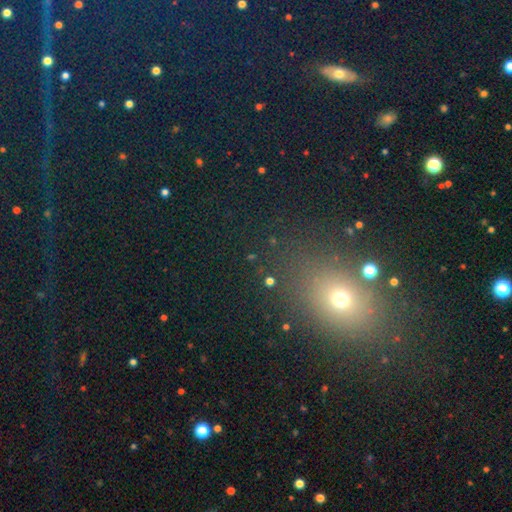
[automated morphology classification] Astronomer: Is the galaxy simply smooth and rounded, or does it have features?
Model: smooth — 48% (runner-up: star or artifact, 43%).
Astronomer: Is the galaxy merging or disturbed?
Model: none — 84%.